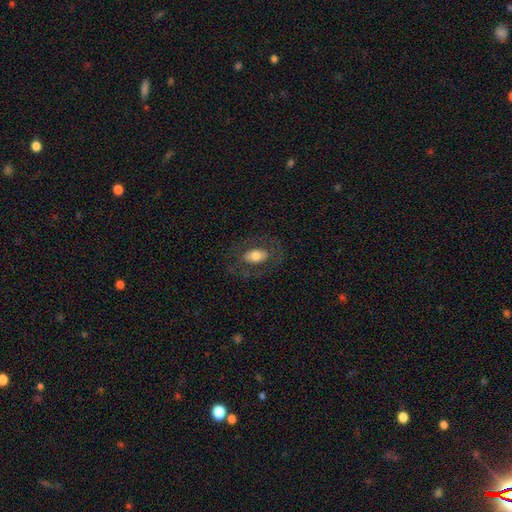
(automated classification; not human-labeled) smooth_or_featured: smooth (p=0.59) [alt: featured or disk p=0.34]
how_rounded: in between (p=0.86) [alt: round p=0.13]
merging: none (p=0.74) [alt: minor disturbance p=0.14]